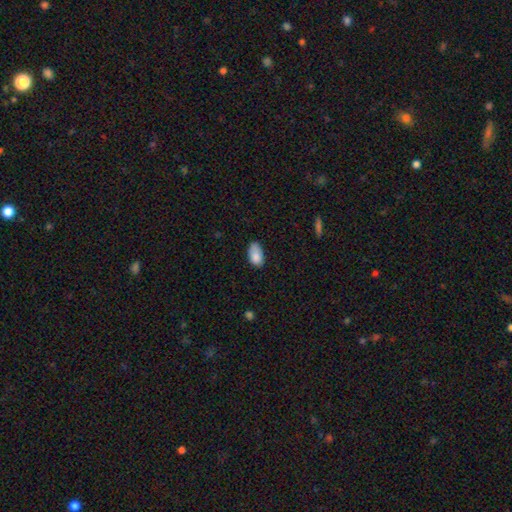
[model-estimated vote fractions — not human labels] A smooth galaxy with no disk features (86%) that is in between round and cigar-shaped (94%). Merging: none (65%).